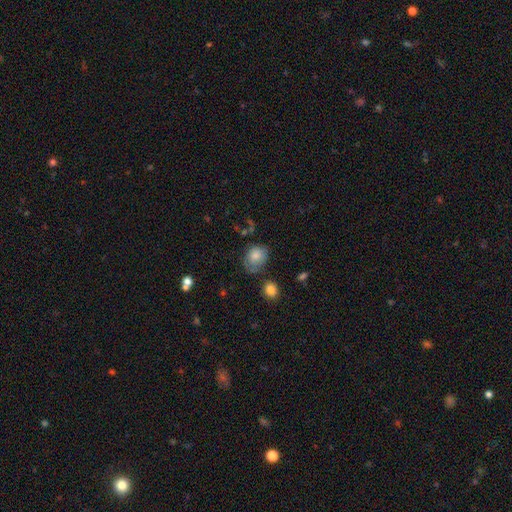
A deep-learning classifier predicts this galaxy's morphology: Smooth or featured? smooth (77%)
How rounded? round (53%)
Merging? none (53%)